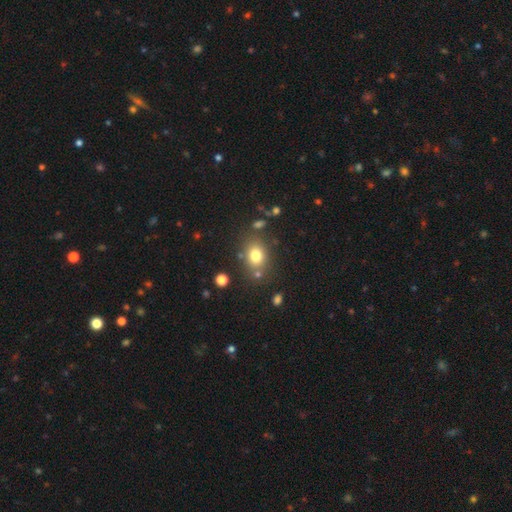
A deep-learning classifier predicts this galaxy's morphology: This is likely a smooth galaxy (77%). How rounded: possibly in between (52%). Merging: likely none (74%).